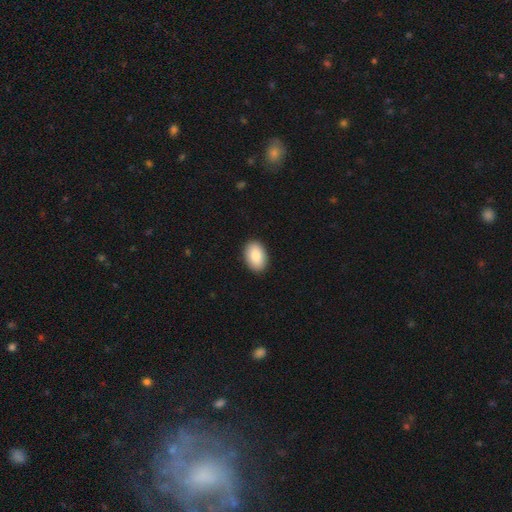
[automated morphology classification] A smooth galaxy with no disk features (87%) that is in between round and cigar-shaped (88%). Merging: none (91%).